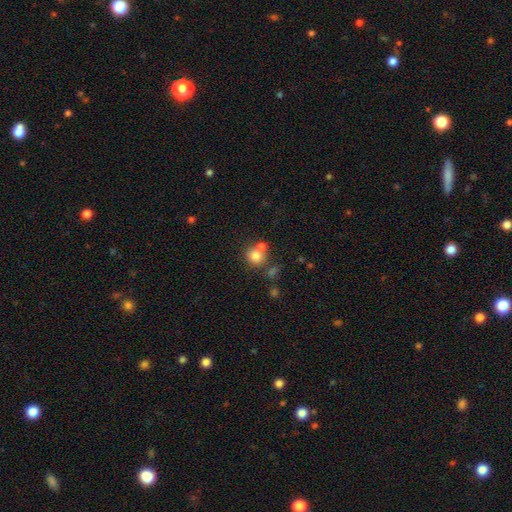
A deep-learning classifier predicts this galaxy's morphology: smooth-or-featured: smooth: 78% | star or artifact: 12% | featured or disk: 10%
  how-rounded: round: 86% | in between: 13% | cigar-shaped: 1%
  merging: none: 55% | merger: 32% | minor disturbance: 9% | major disturbance: 4%